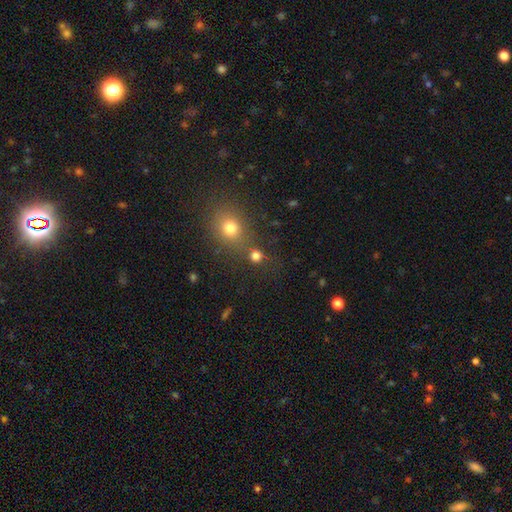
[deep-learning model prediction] Smooth or featured? Predicted: smooth (p=0.76). How rounded? Predicted: round (p=0.87). Merging? Predicted: none (p=0.65).